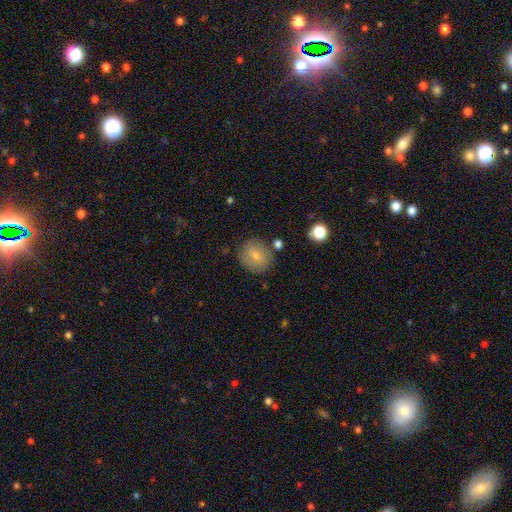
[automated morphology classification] Smooth or featured: smooth — 72% (featured or disk — 20%)
How rounded: round — 81% (in between — 18%)
Merging: none — 78% (minor disturbance — 14%)